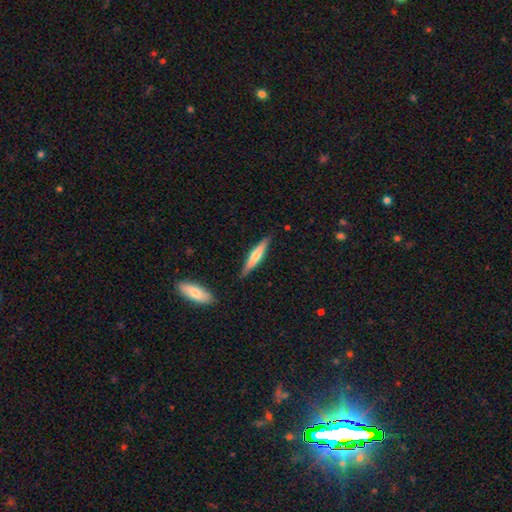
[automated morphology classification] smooth 56%, featured or disk 39%, star or artifact 5%. Down the decision tree: how rounded — cigar-shaped (89%); merging — none (86%).